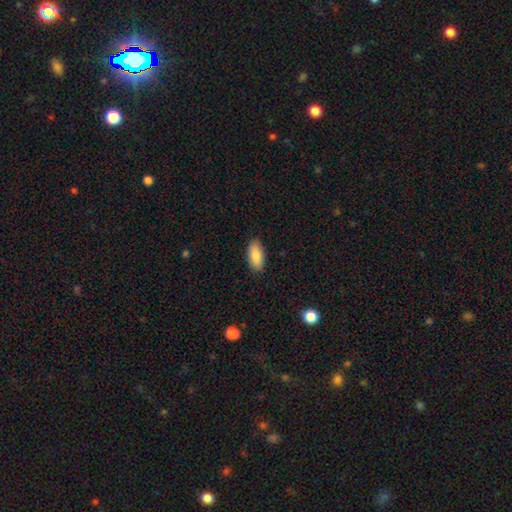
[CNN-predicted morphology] smooth-or-featured: smooth: 86% | featured or disk: 8% | star or artifact: 6%
  how-rounded: in between: 89% | cigar-shaped: 8% | round: 2%
  merging: none: 89% | minor disturbance: 8% | major disturbance: 2% | merger: 1%